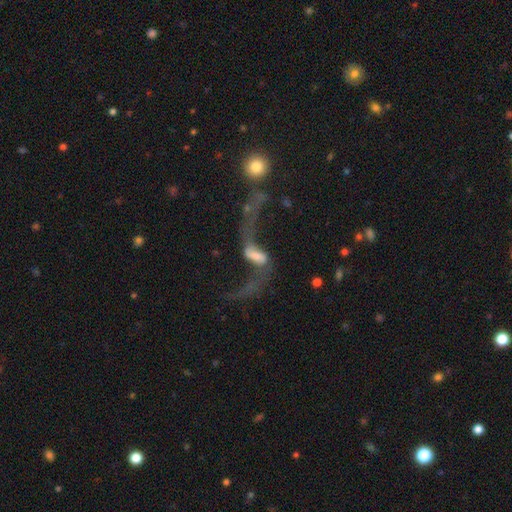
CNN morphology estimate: type=featured or disk (68%); edge-on=no (91%); bar=strong (40%); spiral arms=yes (75%); bulge=none (41%); merging=major disturbance (41%).